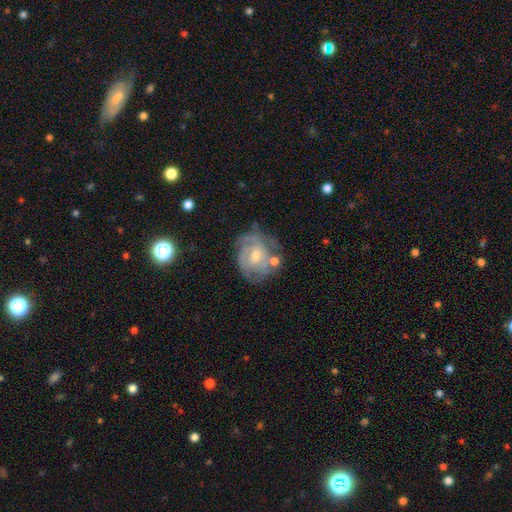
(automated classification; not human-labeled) Q: Smooth or featured?
A: featured or disk (74%); runner-up: smooth (19%)
Q: Edge-on disk?
A: no (97%); runner-up: yes (3%)
Q: Bar?
A: no (57%); runner-up: weak (37%)
Q: Spiral arms?
A: yes (86%); runner-up: no (14%)
Q: Spiral winding?
A: tight (60%); runner-up: medium (32%)
Q: Spiral arm count?
A: can't tell (40%); runner-up: 2 (28%)
Q: Bulge size?
A: moderate (47%); tied with: small (47%)
Q: Merging?
A: none (59%); runner-up: minor disturbance (22%)